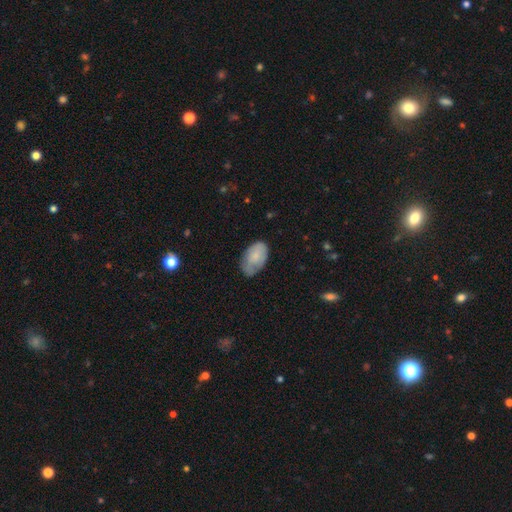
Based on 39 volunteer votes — Volunteers were most divided on "merging": none: 68%, minor disturbance: 21%, major disturbance: 8%, merger: 3%. More confident: how rounded — in between (90%); smooth or featured — smooth (74%).